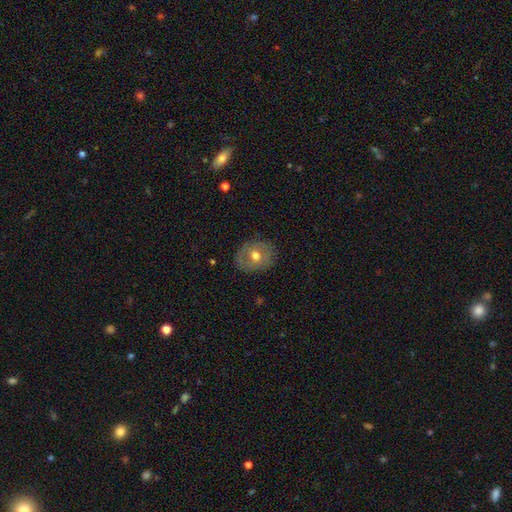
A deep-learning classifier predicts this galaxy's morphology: This is possibly a smooth galaxy (49%). Merging: likely none (79%).